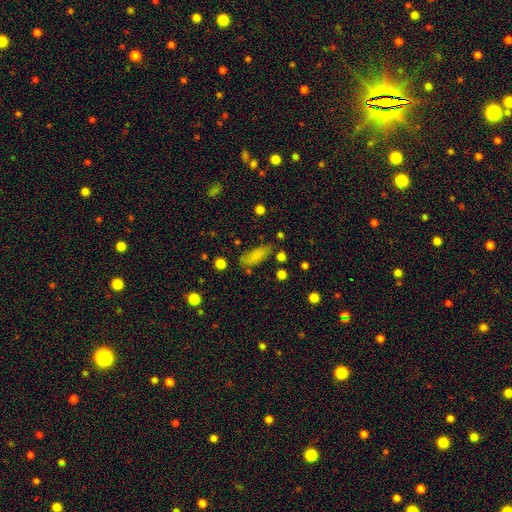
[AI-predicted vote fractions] Smooth or featured: smooth — 81% (featured or disk — 10%)
How rounded: in between — 73% (cigar-shaped — 24%)
Merging: none — 72% (minor disturbance — 19%)